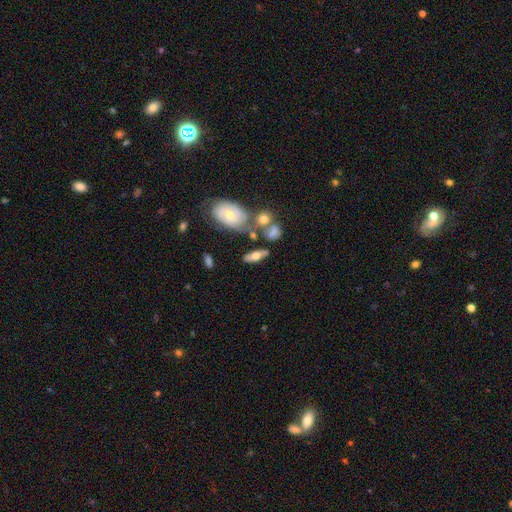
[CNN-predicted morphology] Q: Smooth or featured?
A: featured or disk (53%); runner-up: smooth (40%)
Q: Edge-on disk?
A: no (60%); runner-up: yes (40%)
Q: Merging?
A: none (57%); runner-up: minor disturbance (18%)